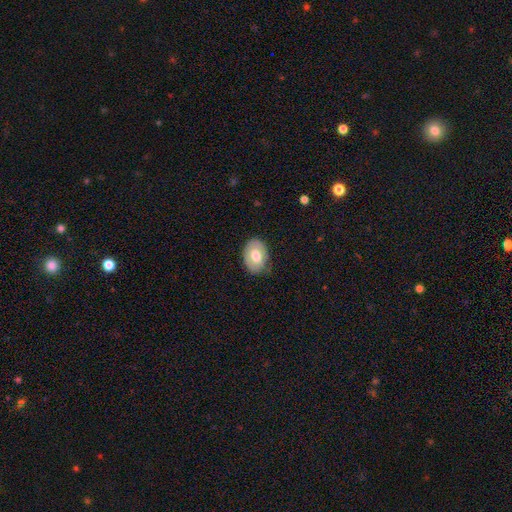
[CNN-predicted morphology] Smooth or featured?
  - smooth: 66% *
  - featured or disk: 28%
  - star or artifact: 6%
How rounded?
  - in between: 81% *
  - round: 18%
  - cigar-shaped: 1%
Merging?
  - none: 78% *
  - minor disturbance: 17%
  - major disturbance: 4%
  - merger: 1%